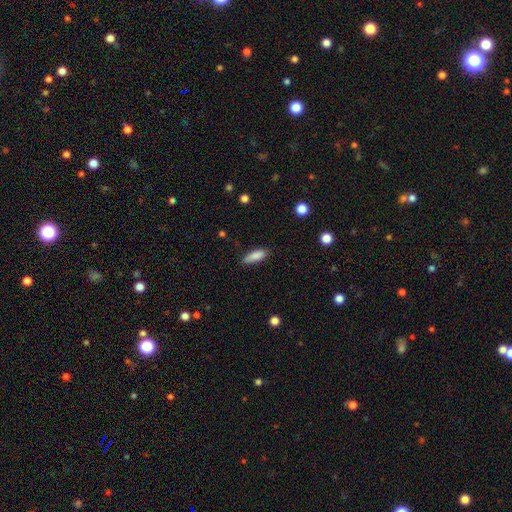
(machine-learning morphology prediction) smooth-or-featured: smooth: 85% | featured or disk: 8% | star or artifact: 7%
  how-rounded: in between: 64% | cigar-shaped: 34% | round: 2%
  merging: none: 74% | minor disturbance: 21% | major disturbance: 4% | merger: 2%